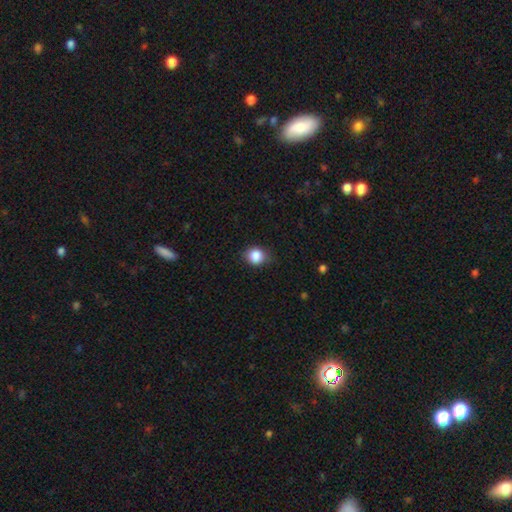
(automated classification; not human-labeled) A smooth galaxy with no disk features (86%) that is round (75%). Merging: none (80%).